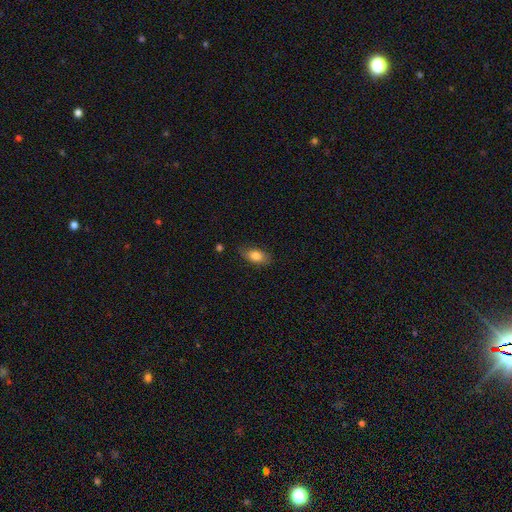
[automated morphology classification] Smooth or featured? Predicted: smooth (p=0.81). How rounded? Predicted: in between (p=0.87). Merging? Predicted: none (p=0.77).